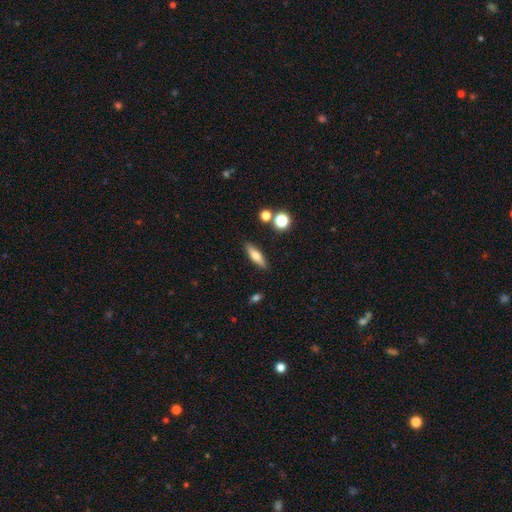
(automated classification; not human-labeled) The model was most divided on "smooth or featured": smooth: 59%, featured or disk: 33%, star or artifact: 8%. More confident: merging — none (86%); how rounded — cigar-shaped (62%).